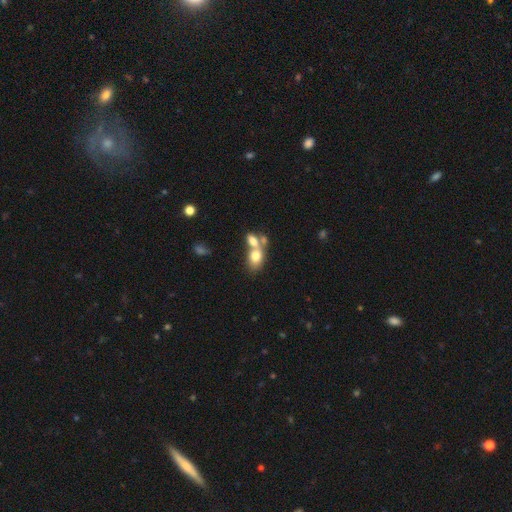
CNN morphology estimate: Q: Smooth or featured?
A: smooth (73%); runner-up: featured or disk (18%)
Q: How rounded?
A: in between (77%); runner-up: round (21%)
Q: Merging?
A: merger (63%); runner-up: none (24%)